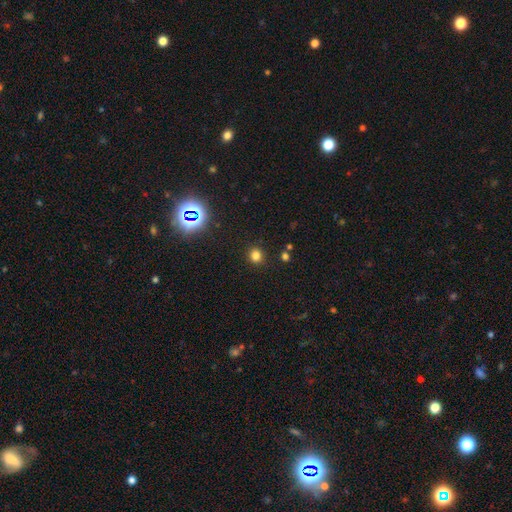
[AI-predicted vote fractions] Smooth or featured? Predicted: smooth (p=0.77). How rounded? Predicted: round (p=0.87). Merging? Predicted: none (p=0.89).